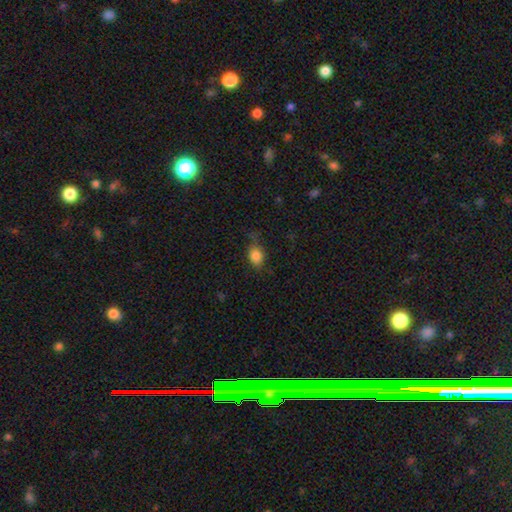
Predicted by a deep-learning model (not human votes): The model was most divided on "how rounded": in between: 64%, round: 34%, cigar-shaped: 2%. More confident: smooth or featured — smooth (82%); merging — none (61%).